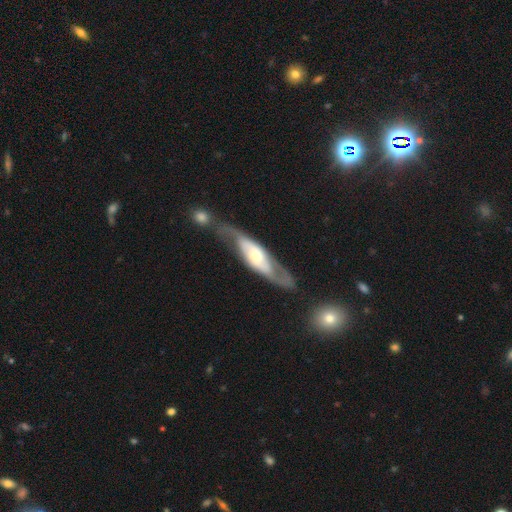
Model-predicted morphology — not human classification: Smooth or featured?
  - featured or disk: 74% *
  - smooth: 21%
  - star or artifact: 4%
Edge-on disk?
  - no: 72% *
  - yes: 28%
Bar?
  - no: 60% *
  - weak: 23%
  - strong: 17%
Spiral arms?
  - yes: 69% *
  - no: 31%
Bulge size?
  - moderate: 51% *
  - small: 35%
  - large: 11%
  - dominant: 2%
  - none: 2%
Merging?
  - none: 53% *
  - minor disturbance: 19%
  - major disturbance: 16%
  - merger: 12%